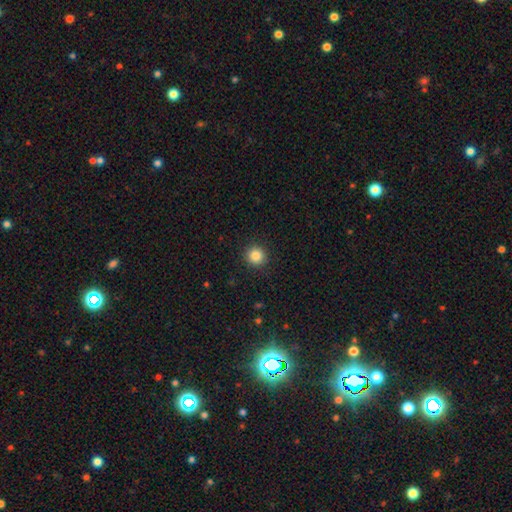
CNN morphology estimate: Smooth or featured?
  - smooth: 85% *
  - star or artifact: 11%
  - featured or disk: 4%
How rounded?
  - round: 94% *
  - in between: 5%
  - cigar-shaped: 1%
Merging?
  - none: 92% *
  - minor disturbance: 5%
  - major disturbance: 2%
  - merger: 1%